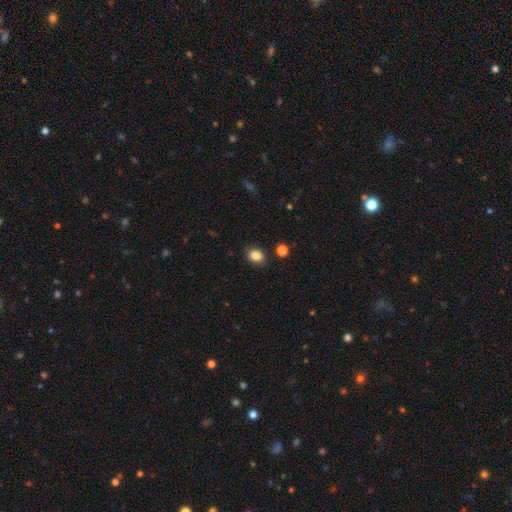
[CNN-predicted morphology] Smooth or featured?
  - smooth: 84% *
  - star or artifact: 11%
  - featured or disk: 5%
How rounded?
  - in between: 53% *
  - round: 46%
  - cigar-shaped: 1%
Merging?
  - none: 87% *
  - minor disturbance: 8%
  - merger: 2%
  - major disturbance: 2%